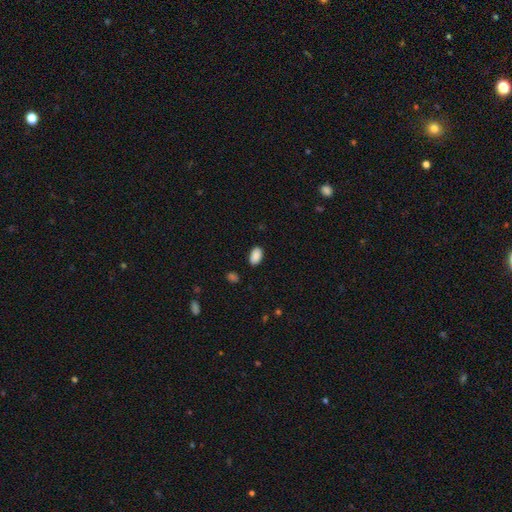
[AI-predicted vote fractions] A smooth galaxy with no disk features (90%) that is in between round and cigar-shaped (93%).

Vote fractions:
- Smooth or featured? smooth: 90% / star or artifact: 7% / featured or disk: 3%
- How rounded? in between: 93% / round: 5% / cigar-shaped: 2%
- Merging? none: 87% / minor disturbance: 10% / major disturbance: 2% / merger: 1%